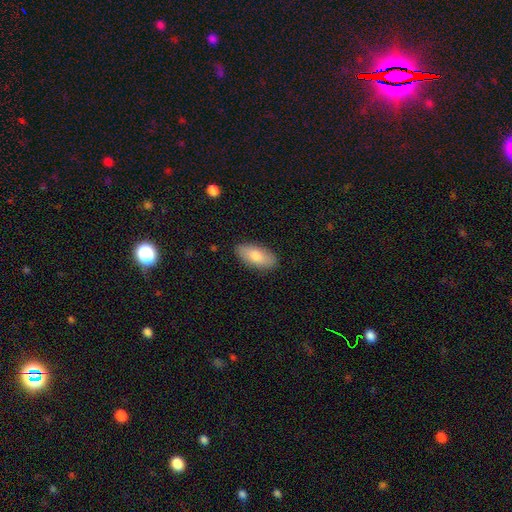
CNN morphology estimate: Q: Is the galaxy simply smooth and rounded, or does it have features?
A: smooth — 78%.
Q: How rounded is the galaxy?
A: in between — 90%.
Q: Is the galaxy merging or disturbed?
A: none — 87%.